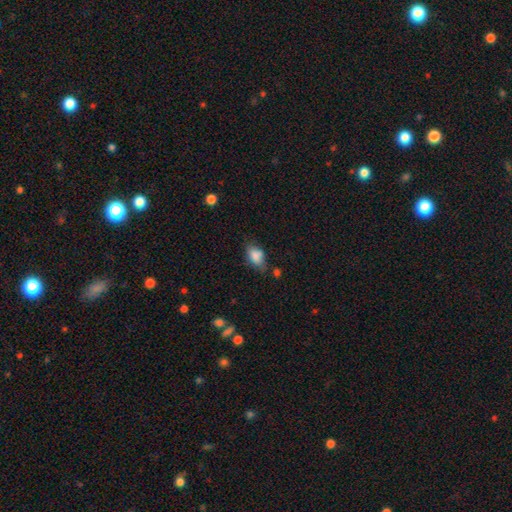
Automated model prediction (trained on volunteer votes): Overall: smooth (82%). How rounded: in between (86%). Merging: none (59%; minor disturbance 28%).